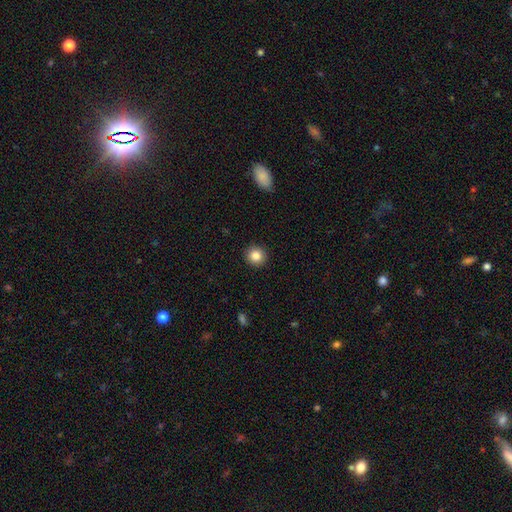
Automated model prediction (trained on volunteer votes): Smooth or featured? Predicted: smooth (p=0.85). How rounded? Predicted: round (p=0.93). Merging? Predicted: none (p=0.92).